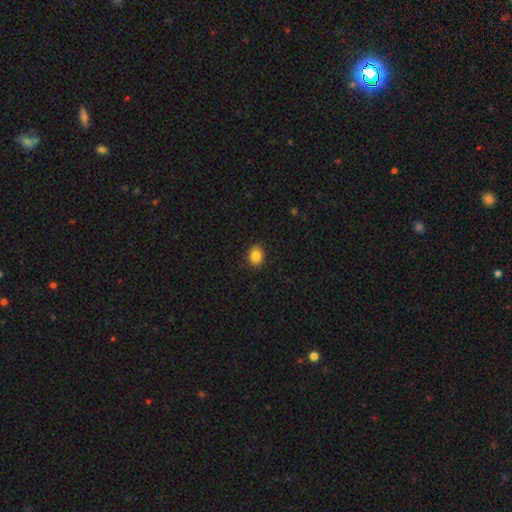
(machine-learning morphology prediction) Smooth or featured? smooth (86%)
How rounded? in between (51%)
Merging? none (90%)